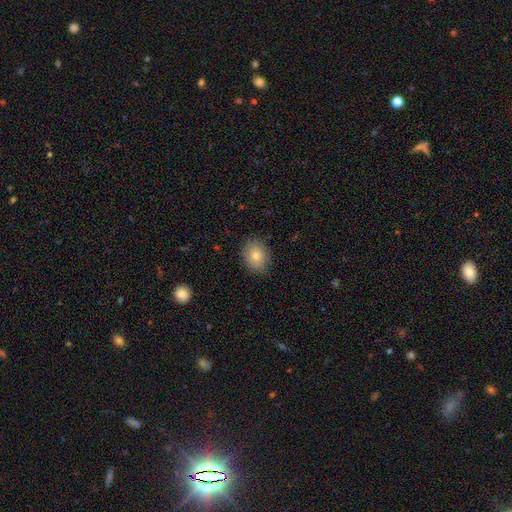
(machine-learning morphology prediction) Smooth or featured?
  - smooth: 79% *
  - featured or disk: 11%
  - star or artifact: 10%
How rounded?
  - in between: 53% *
  - round: 46%
  - cigar-shaped: 1%
Merging?
  - none: 87% *
  - minor disturbance: 10%
  - major disturbance: 2%
  - merger: 1%